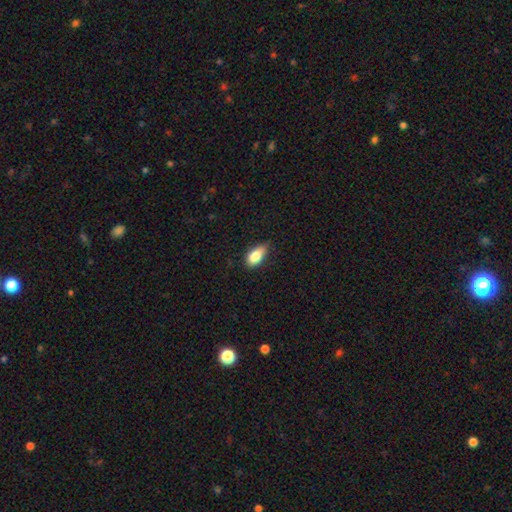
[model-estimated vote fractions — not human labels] smooth 83%, featured or disk 9%, star or artifact 8%. Down the decision tree: how rounded — in between (89%); merging — none (59%).